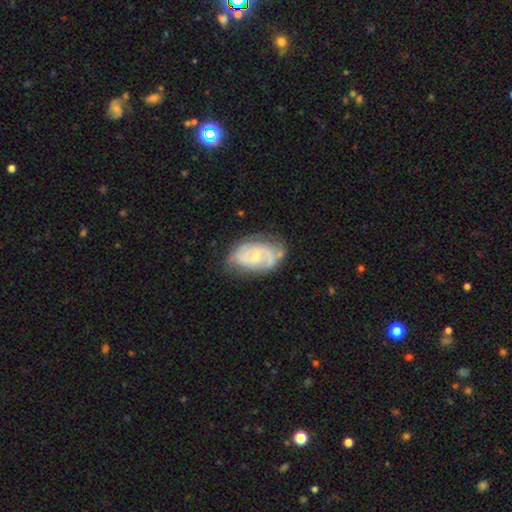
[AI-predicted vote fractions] Smooth or featured? Predicted: featured or disk (p=0.74). Edge-on disk? Predicted: no (p=0.97). Bar? Predicted: no (p=0.62). Spiral arms? Predicted: yes (p=0.88). Spiral winding? Predicted: medium (p=0.43). Spiral arm count? Predicted: 2 (p=0.65). Bulge size? Predicted: small (p=0.64). Merging? Predicted: none (p=0.63).